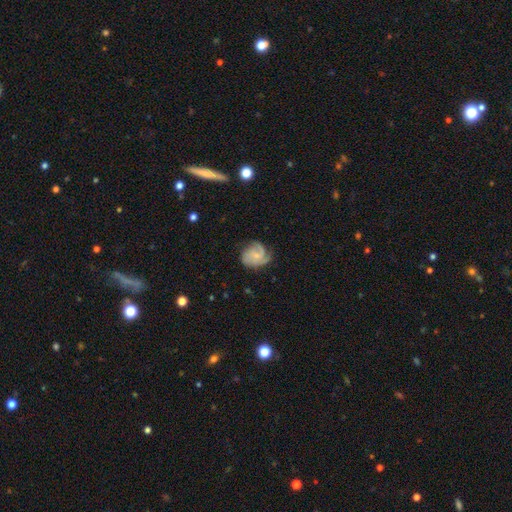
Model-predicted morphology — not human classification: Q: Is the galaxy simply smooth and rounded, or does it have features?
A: featured or disk — 71%.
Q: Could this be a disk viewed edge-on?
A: no — 98%.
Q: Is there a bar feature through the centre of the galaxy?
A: no — 72%.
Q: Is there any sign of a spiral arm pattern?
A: yes — 93%.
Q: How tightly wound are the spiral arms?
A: tight — 45%.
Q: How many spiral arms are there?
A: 3 — 43%.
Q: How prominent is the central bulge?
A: small — 65%.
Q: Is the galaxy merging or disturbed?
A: none — 61%.